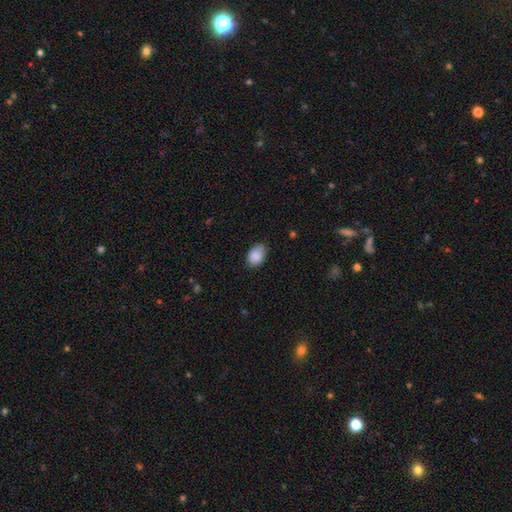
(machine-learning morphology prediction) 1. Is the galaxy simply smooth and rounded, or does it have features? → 88% smooth, 7% star or artifact, 5% featured or disk.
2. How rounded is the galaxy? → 83% in between, 15% round, 1% cigar-shaped.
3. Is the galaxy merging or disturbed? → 71% none, 24% minor disturbance, 4% major disturbance, 1% merger.